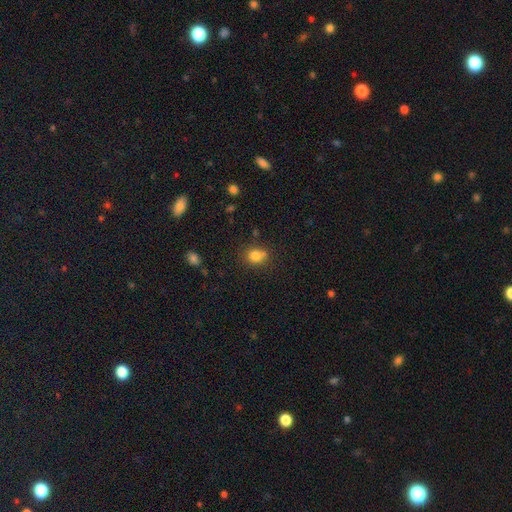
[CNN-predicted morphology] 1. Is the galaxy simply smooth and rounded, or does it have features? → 80% smooth, 12% star or artifact, 8% featured or disk.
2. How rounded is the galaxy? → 64% round, 35% in between, 1% cigar-shaped.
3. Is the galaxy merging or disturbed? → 60% none, 17% minor disturbance, 17% merger, 5% major disturbance.